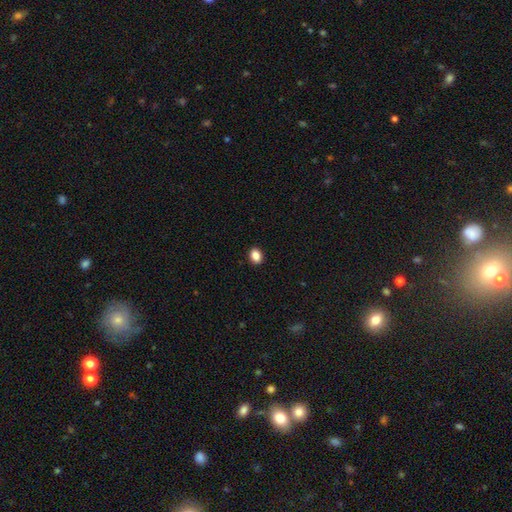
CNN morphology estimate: The model was most divided on "how rounded": in between: 64%, round: 35%, cigar-shaped: 1%. More confident: merging — none (92%); smooth or featured — smooth (87%).